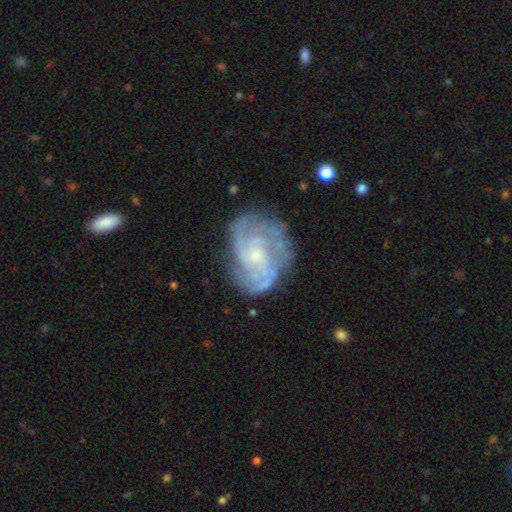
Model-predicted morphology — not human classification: The model was most divided on "spiral arm count": can't tell: 28%, 3: 25%, 2: 18%, 4: 16%, more than 4: 6%, 1: 6%. Remaining: edge-on disk — no (98%); spiral arms — yes (94%); smooth or featured — featured or disk (84%); bar — no (69%); merging — none (68%); bulge size — small (67%); spiral winding — tight (48%).